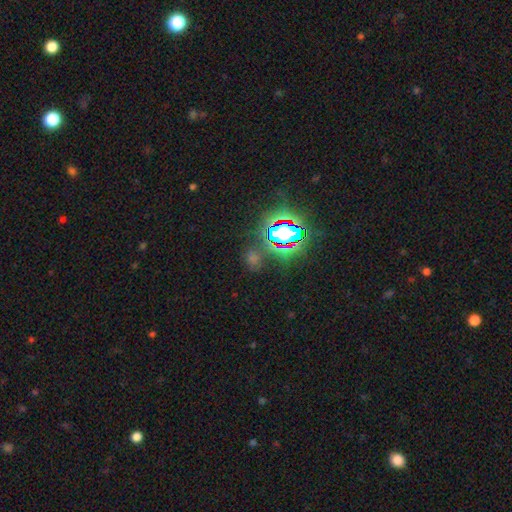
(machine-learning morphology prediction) Smooth or featured? Predicted: star or artifact (p=0.64).